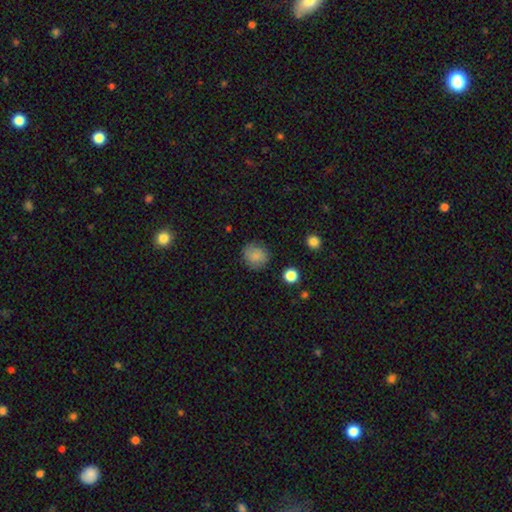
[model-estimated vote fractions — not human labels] The model was most divided on "merging": none: 84%, minor disturbance: 11%, major disturbance: 3%, merger: 1%. More confident: how rounded — round (86%); smooth or featured — smooth (84%).